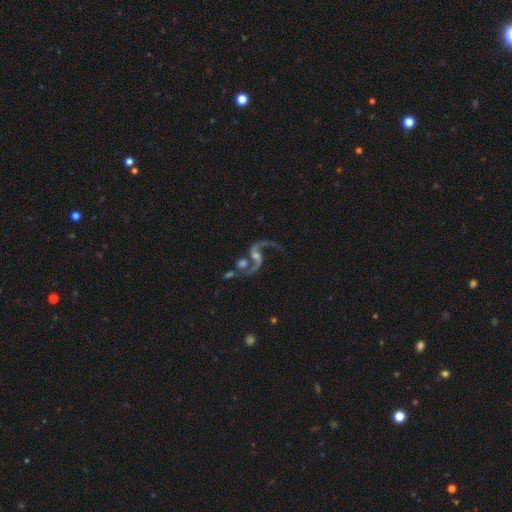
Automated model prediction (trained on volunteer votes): Smooth or featured: featured or disk — 84% (star or artifact — 10%)
Edge-on disk: no — 96% (yes — 4%)
Bar: weak — 41% (tied with no — 41%)
Spiral arms: yes — 93% (no — 7%)
Spiral winding: loose — 76% (medium — 19%)
Spiral arm count: 2 — 86% (1 — 7%)
Bulge size: small — 47% (moderate — 31%)
Merging: none — 45% (merger — 24%)